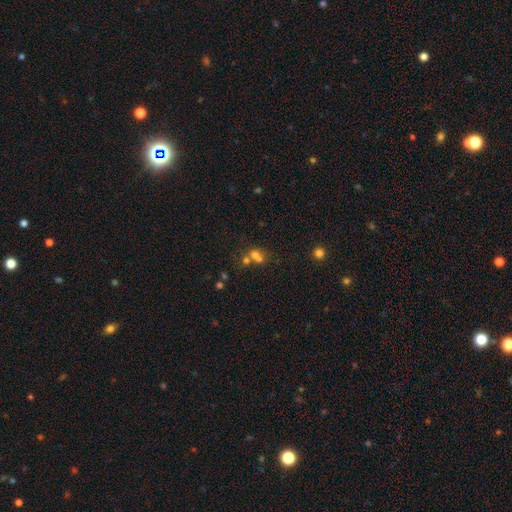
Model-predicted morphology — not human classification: Smooth or featured: smooth — 62% (star or artifact — 19%)
How rounded: round — 64% (in between — 35%)
Merging: merger — 59% (none — 29%)